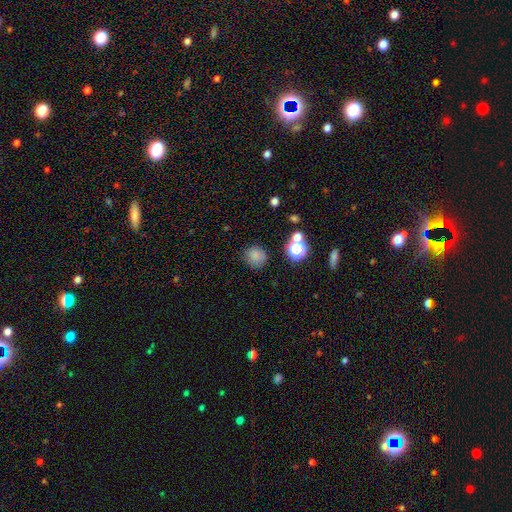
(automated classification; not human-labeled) The model was most divided on "smooth or featured": smooth: 77%, star or artifact: 17%, featured or disk: 7%. More confident: how rounded — round (88%); merging — none (78%).